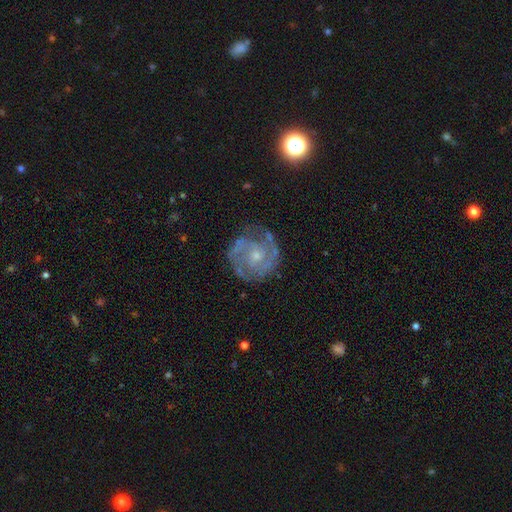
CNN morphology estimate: Smooth or featured? featured or disk (85%)
Edge-on disk? no (98%)
Bar? no (66%)
Spiral arms? yes (95%)
Spiral winding? tight (54%)
Spiral arm count? 2 (60%)
Bulge size? small (59%)
Merging? none (74%)